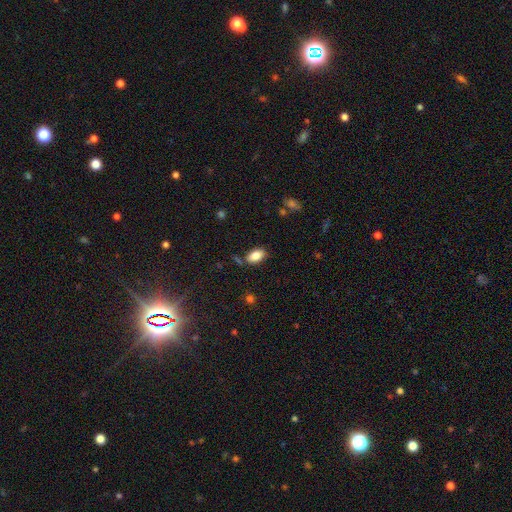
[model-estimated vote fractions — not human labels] smooth 82%, featured or disk 10%, star or artifact 8%. Down the decision tree: how rounded — in between (91%); merging — none (76%).